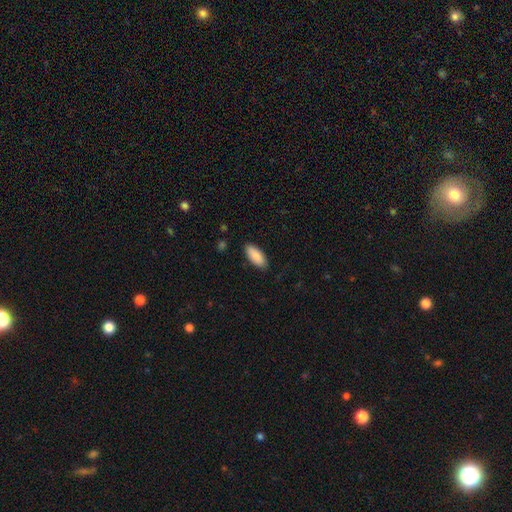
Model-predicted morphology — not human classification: Smooth or featured? smooth (88%)
How rounded? in between (85%)
Merging? none (87%)